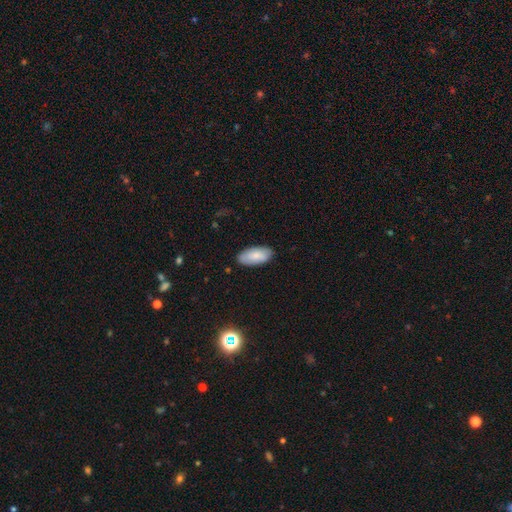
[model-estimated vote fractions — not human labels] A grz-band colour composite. It shows a smooth galaxy with no disk features (82%) that is in between round and cigar-shaped (92%). Merging: none (85%).